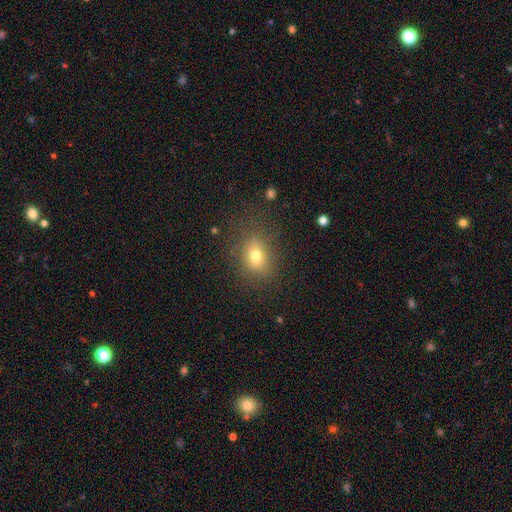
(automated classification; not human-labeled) The model was most divided on "how rounded": in between: 65%, round: 33%, cigar-shaped: 2%. More confident: merging — none (75%); smooth or featured — smooth (71%).